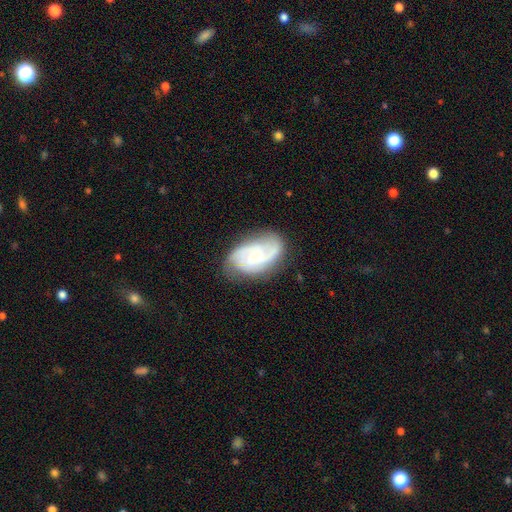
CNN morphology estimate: A featured or disk galaxy (75%) with no bar (64%), 2 (51%) medium (43%) spiral arms (91%) and a small central bulge (57%). Merging: none (68%).